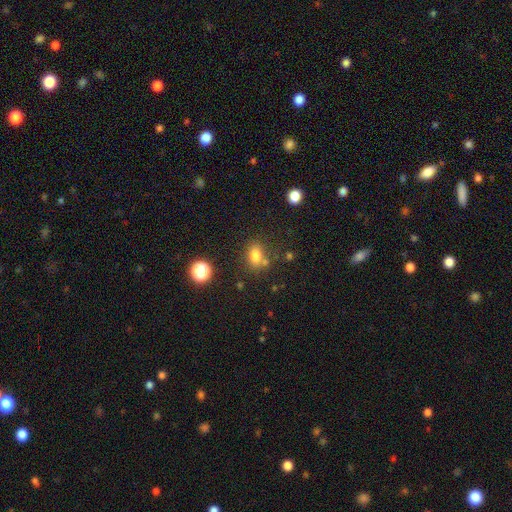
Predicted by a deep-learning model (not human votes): Smooth or featured? smooth (77%)
How rounded? in between (63%)
Merging? none (67%)